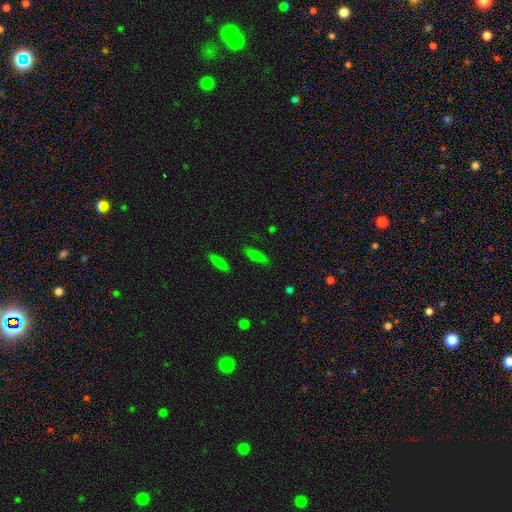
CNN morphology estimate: The model was most divided on "how rounded": cigar-shaped: 62%, in between: 35%, round: 3%. More confident: merging — none (83%); smooth or featured — smooth (72%).